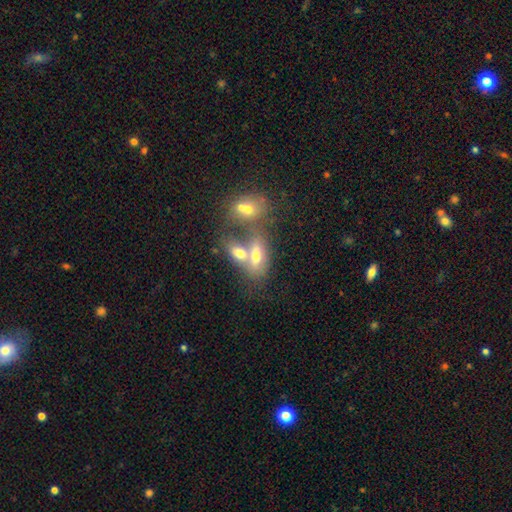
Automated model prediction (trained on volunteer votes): Overall: smooth (62%; featured or disk 28%). How rounded: in between (78%). Merging: merger (60%; none 27%).